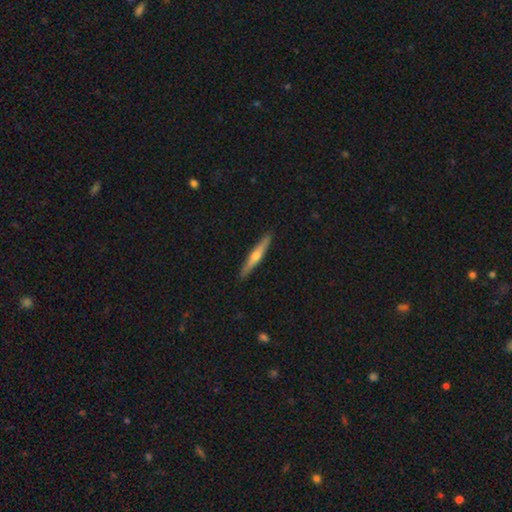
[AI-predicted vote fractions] Q: Smooth or featured?
A: featured or disk (57%); runner-up: smooth (38%)
Q: Edge-on disk?
A: yes (96%); runner-up: no (4%)
Q: Edge-on bulge?
A: rounded (87%); runner-up: none (10%)
Q: Merging?
A: none (91%); runner-up: minor disturbance (6%)